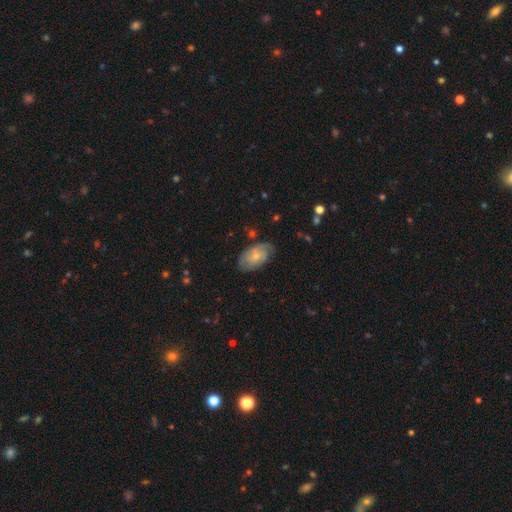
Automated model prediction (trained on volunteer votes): Morphology: type=featured or disk (49%); merging=none (64%).